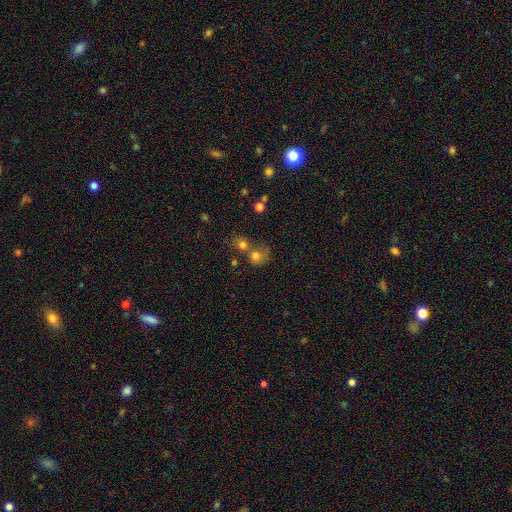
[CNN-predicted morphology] A smooth galaxy with no disk features (73%) that is round (75%).

Vote fractions:
- Smooth or featured? smooth: 73% / star or artifact: 14% / featured or disk: 12%
- How rounded? round: 75% / in between: 24% / cigar-shaped: 1%
- Merging? merger: 52% / none: 33% / minor disturbance: 9% / major disturbance: 6%